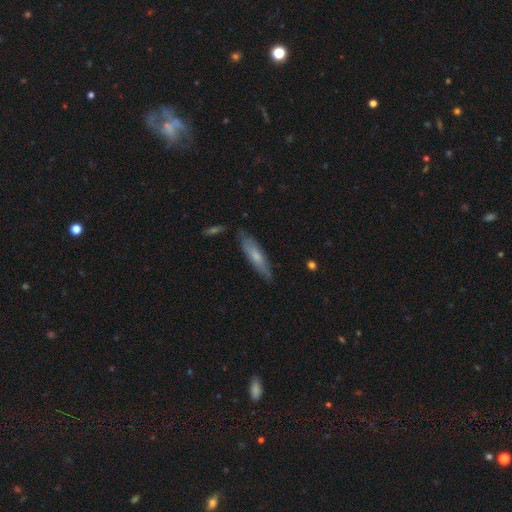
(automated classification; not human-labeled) Smooth or featured: smooth — 56% (featured or disk — 38%)
How rounded: cigar-shaped — 77% (in between — 21%)
Merging: none — 77% (minor disturbance — 17%)